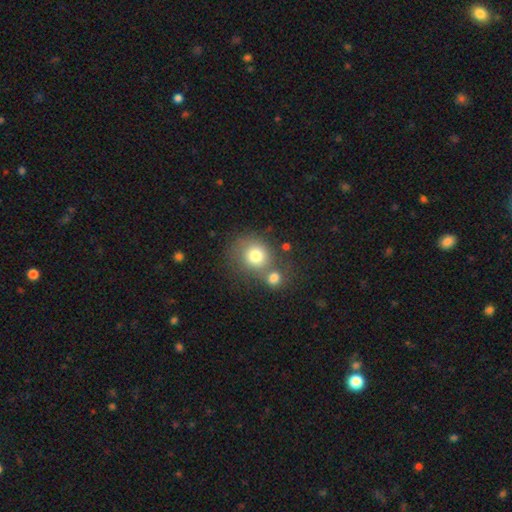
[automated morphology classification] A smooth galaxy with no disk features (76%) that is round (80%).

Vote fractions:
- Smooth or featured? smooth: 76% / featured or disk: 13% / star or artifact: 11%
- How rounded? round: 80% / in between: 19% / cigar-shaped: 1%
- Merging? none: 47% / merger: 35% / minor disturbance: 11% / major disturbance: 6%